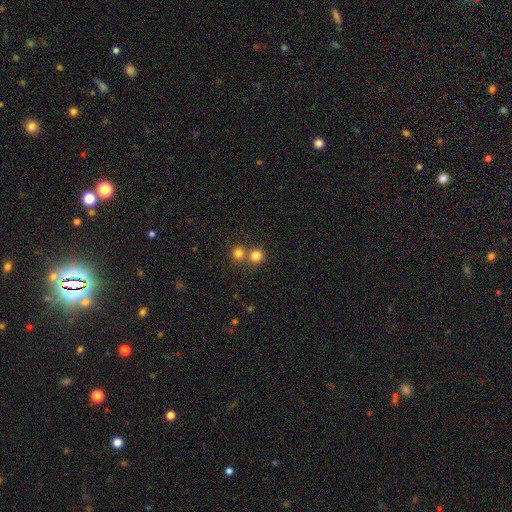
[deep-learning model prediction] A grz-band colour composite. It shows a smooth galaxy with no disk features (80%) that is round (91%). Merging: none (54%).